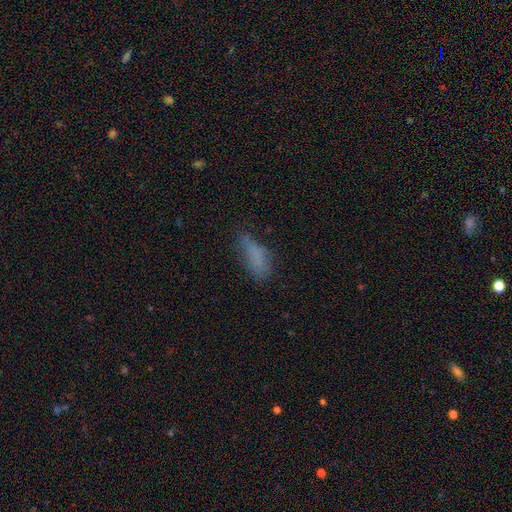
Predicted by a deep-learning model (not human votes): A smooth galaxy with no disk features (72%) that is in between round and cigar-shaped (68%).

Vote fractions:
- Smooth or featured? smooth: 72% / featured or disk: 15% / star or artifact: 13%
- How rounded? in between: 68% / cigar-shaped: 29% / round: 3%
- Merging? none: 49% / minor disturbance: 30% / major disturbance: 18% / merger: 4%